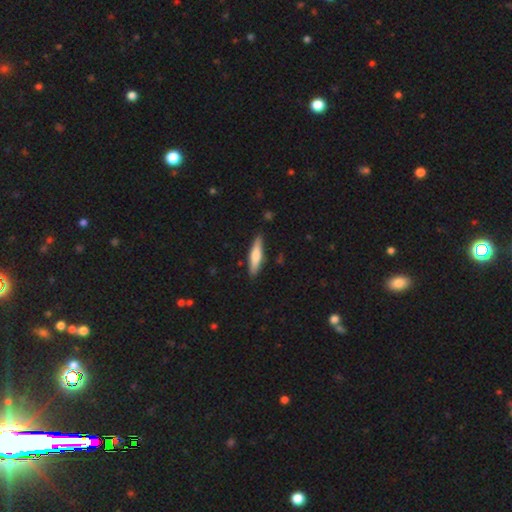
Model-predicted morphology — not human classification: smooth-or-featured: smooth: 67% | featured or disk: 28% | star or artifact: 5%
  how-rounded: cigar-shaped: 79% | in between: 20% | round: 2%
  merging: none: 86% | minor disturbance: 11% | major disturbance: 2% | merger: 1%